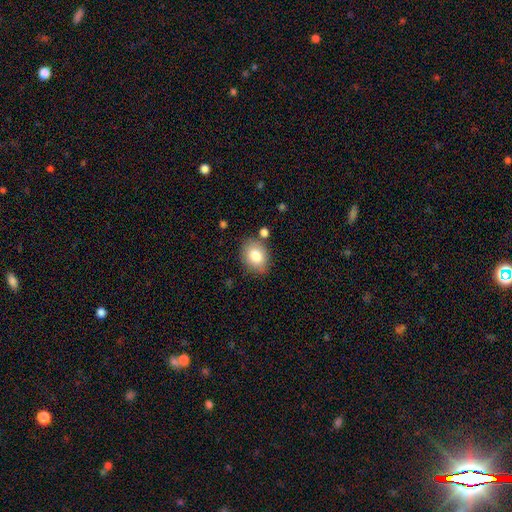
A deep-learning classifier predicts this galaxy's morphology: Q: Smooth or featured?
A: smooth (82%); runner-up: featured or disk (10%)
Q: How rounded?
A: in between (69%); runner-up: round (30%)
Q: Merging?
A: none (78%); runner-up: minor disturbance (14%)